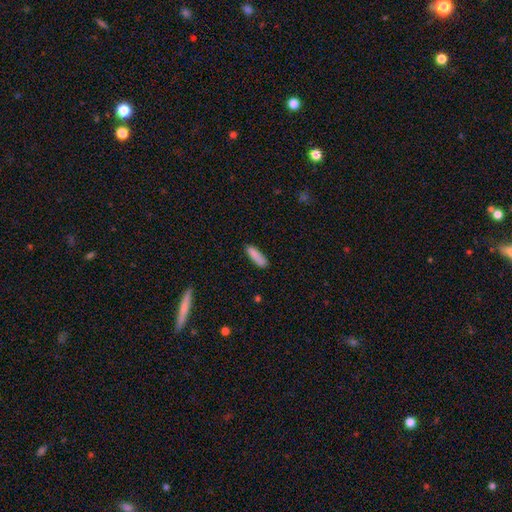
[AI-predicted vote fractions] Smooth or featured? smooth (88%)
How rounded? cigar-shaped (60%)
Merging? none (83%)